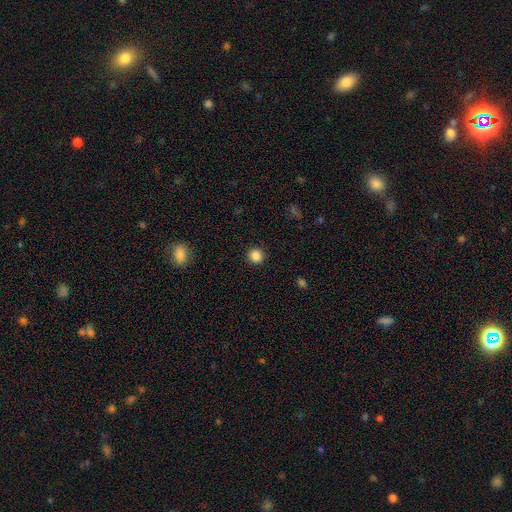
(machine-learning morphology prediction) Q: Smooth or featured?
A: smooth (86%); runner-up: star or artifact (11%)
Q: How rounded?
A: round (93%); runner-up: in between (6%)
Q: Merging?
A: none (92%); runner-up: minor disturbance (5%)